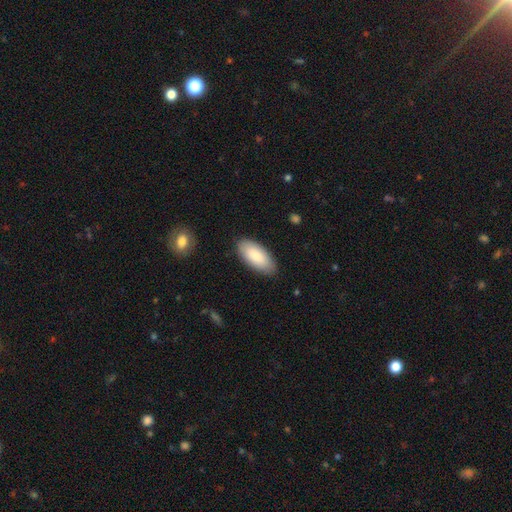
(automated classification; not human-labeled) Smooth or featured?
  - smooth: 87% *
  - featured or disk: 8%
  - star or artifact: 5%
How rounded?
  - in between: 90% *
  - cigar-shaped: 8%
  - round: 2%
Merging?
  - none: 86% *
  - minor disturbance: 10%
  - major disturbance: 2%
  - merger: 1%